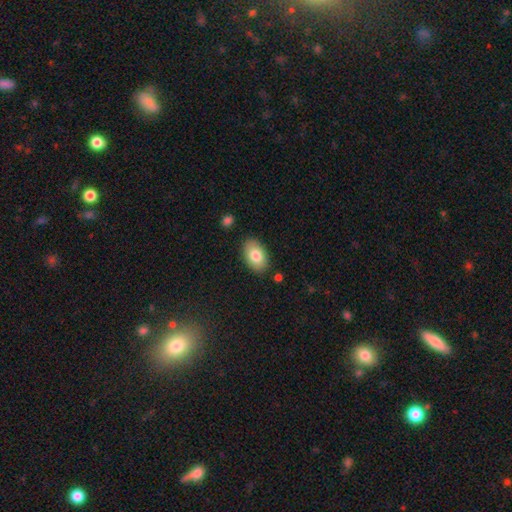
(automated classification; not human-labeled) Smooth or featured? Predicted: smooth (p=0.80). How rounded? Predicted: in between (p=0.91). Merging? Predicted: none (p=0.85).